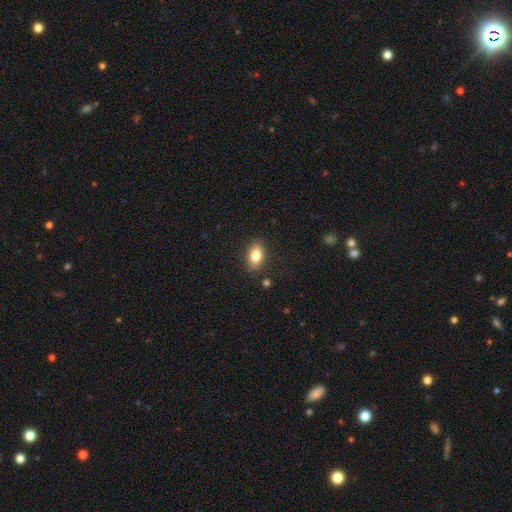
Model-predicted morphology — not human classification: Smooth or featured: smooth — 82% (featured or disk — 10%)
How rounded: in between — 87% (round — 10%)
Merging: none — 87% (minor disturbance — 9%)